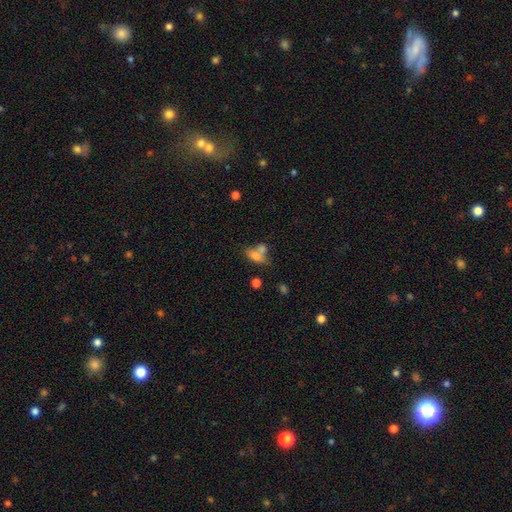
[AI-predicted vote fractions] Smooth or featured: smooth — 72% (featured or disk — 17%)
How rounded: in between — 80% (round — 13%)
Merging: merger — 47% (none — 32%)